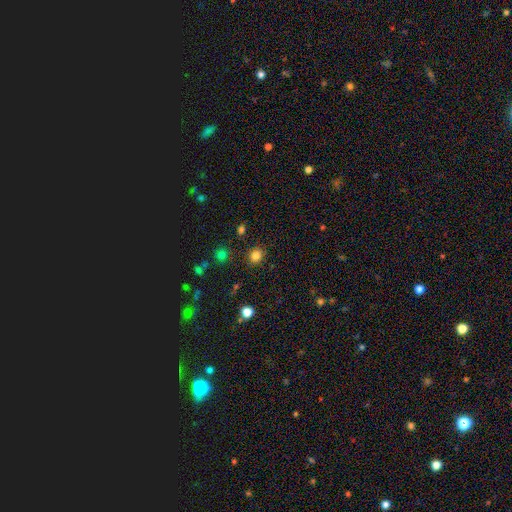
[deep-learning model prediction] Smooth or featured?
  - smooth: 81% *
  - star or artifact: 14%
  - featured or disk: 5%
How rounded?
  - round: 81% *
  - in between: 18%
  - cigar-shaped: 1%
Merging?
  - none: 88% *
  - minor disturbance: 7%
  - major disturbance: 3%
  - merger: 2%